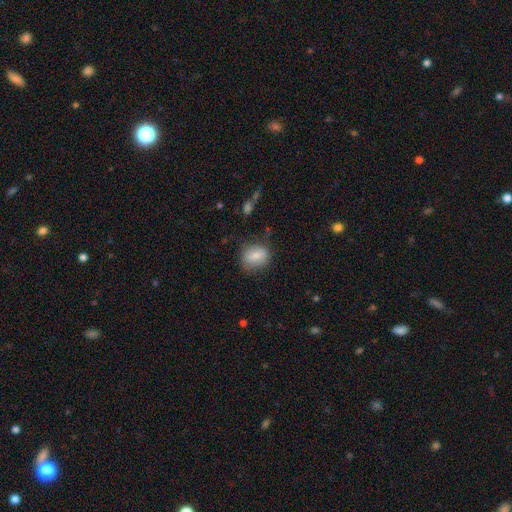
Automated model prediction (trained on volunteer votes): Q: Smooth or featured?
A: smooth (78%); runner-up: featured or disk (14%)
Q: How rounded?
A: round (53%); runner-up: in between (45%)
Q: Merging?
A: none (70%); runner-up: minor disturbance (21%)